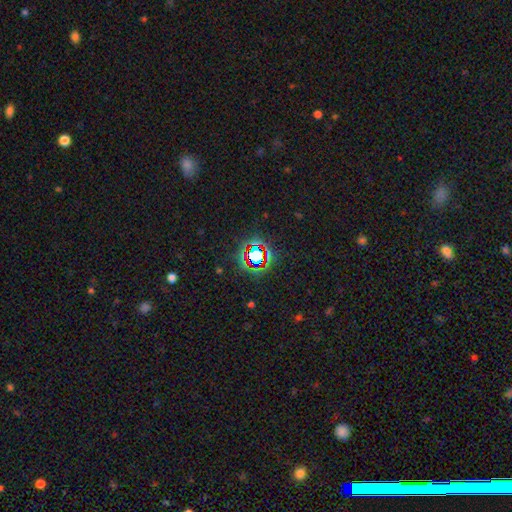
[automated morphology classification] Smooth or featured? star or artifact (73%)